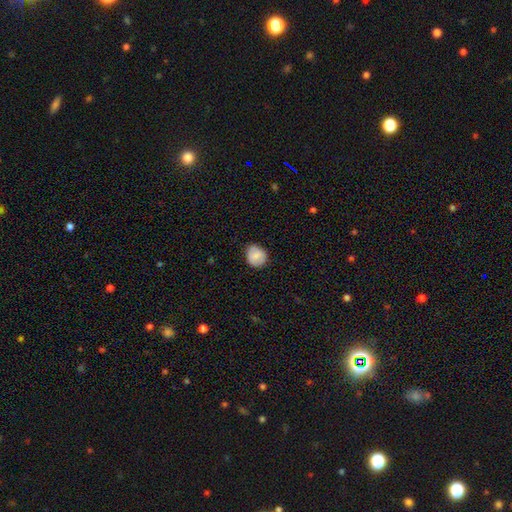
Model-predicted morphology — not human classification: Q: Smooth or featured?
A: smooth (78%); runner-up: featured or disk (15%)
Q: How rounded?
A: round (74%); runner-up: in between (25%)
Q: Merging?
A: none (80%); runner-up: minor disturbance (16%)